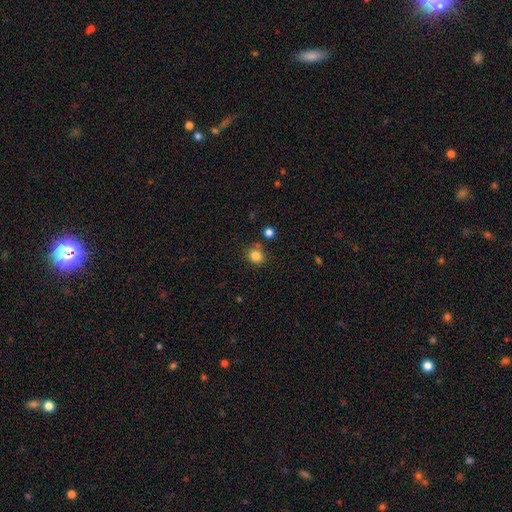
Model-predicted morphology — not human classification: The model was most divided on "how rounded": round: 79%, in between: 20%, cigar-shaped: 1%. More confident: smooth or featured — smooth (84%); merging — none (76%).